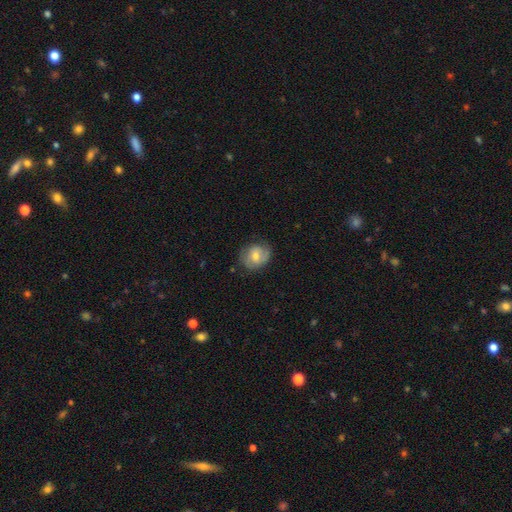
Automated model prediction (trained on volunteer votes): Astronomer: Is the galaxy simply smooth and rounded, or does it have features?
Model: smooth — 48% (runner-up: featured or disk, 44%).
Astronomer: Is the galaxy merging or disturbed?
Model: none — 70%.